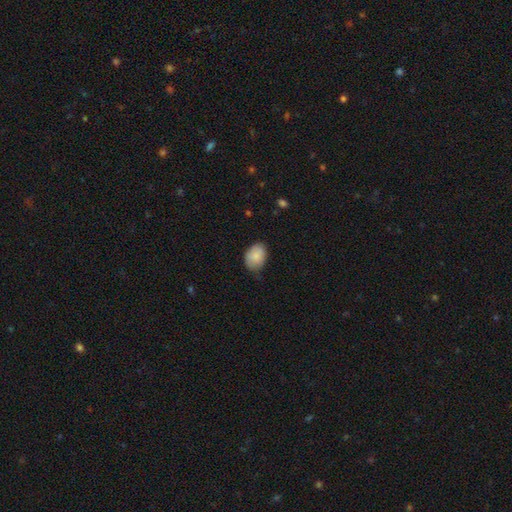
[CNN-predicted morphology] Smooth or featured? Predicted: smooth (p=0.86). How rounded? Predicted: in between (p=0.75). Merging? Predicted: none (p=0.69).